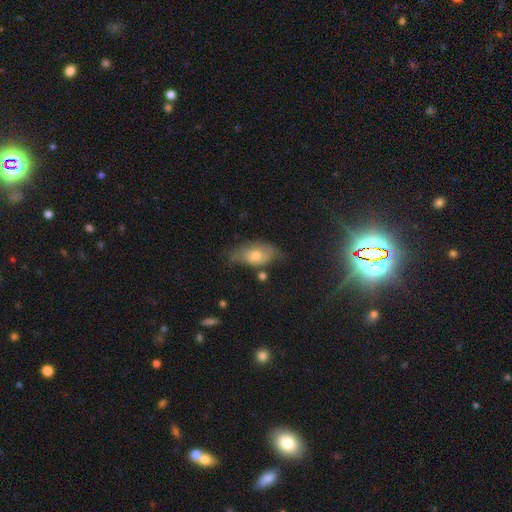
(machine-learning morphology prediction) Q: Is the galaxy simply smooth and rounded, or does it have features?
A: smooth — 55%.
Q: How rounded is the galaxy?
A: in between — 88%.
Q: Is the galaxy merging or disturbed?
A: none — 48%.